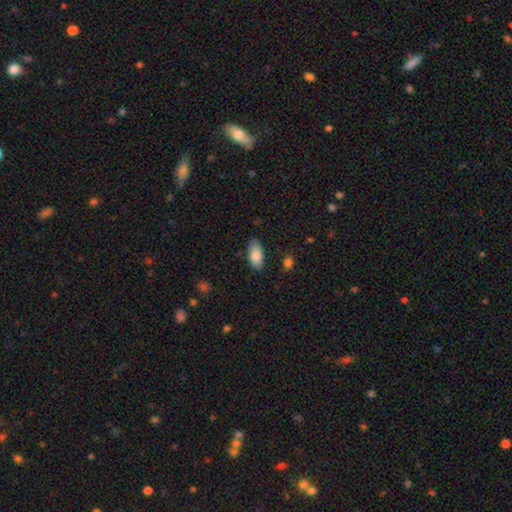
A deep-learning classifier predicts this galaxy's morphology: Overall: smooth (85%). How rounded: in between (91%). Merging: none (75%).